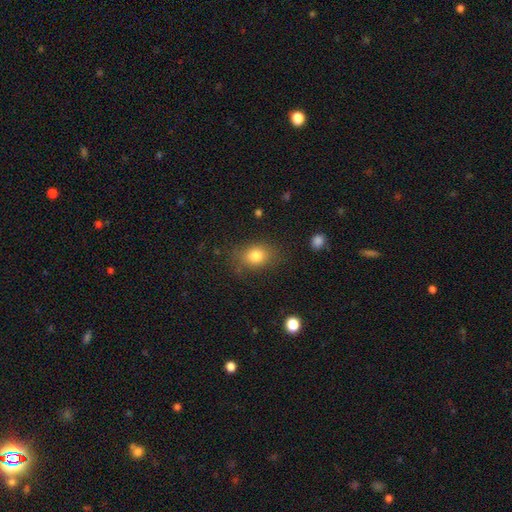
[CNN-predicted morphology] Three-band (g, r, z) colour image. It shows a smooth galaxy with no disk features (80%) that is in between round and cigar-shaped (67%). Merging: none (76%).